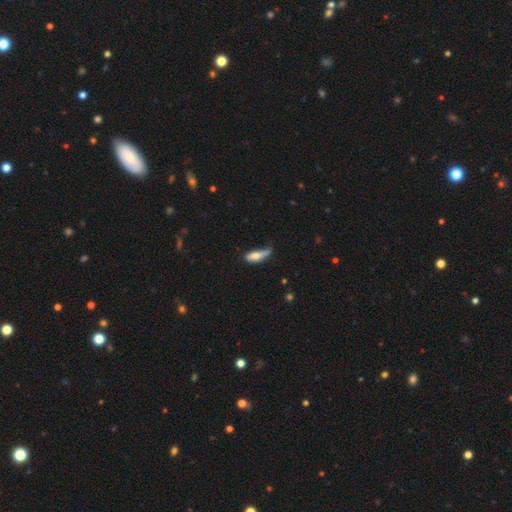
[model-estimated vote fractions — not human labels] This appears to be a smooth galaxy with no disk features (65%) that is in between round and cigar-shaped (55%). Merging: minor disturbance (41%).